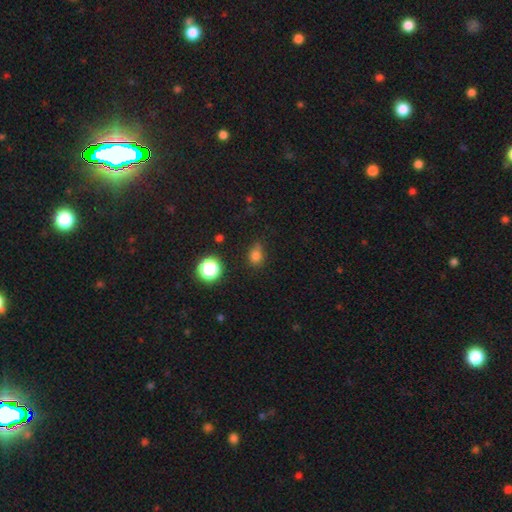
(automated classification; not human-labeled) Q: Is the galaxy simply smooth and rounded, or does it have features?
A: smooth — 77%.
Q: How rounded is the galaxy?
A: round — 57%.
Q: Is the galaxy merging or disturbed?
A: none — 62%.